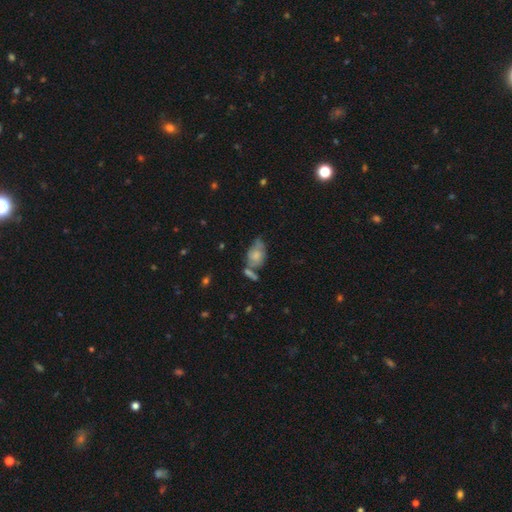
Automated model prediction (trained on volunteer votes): Morphology: type=smooth (58%); roundness=in between (85%); merging=none (36%).